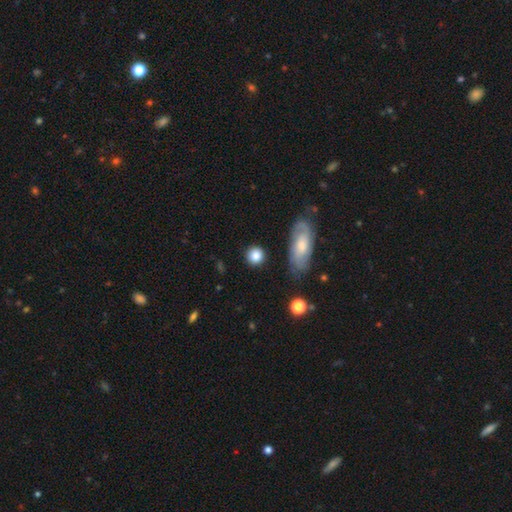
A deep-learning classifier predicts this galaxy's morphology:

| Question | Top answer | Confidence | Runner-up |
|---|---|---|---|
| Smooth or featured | smooth | 84% | featured or disk (8%) |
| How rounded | round | 89% | in between (10%) |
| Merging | none | 85% | minor disturbance (9%) |